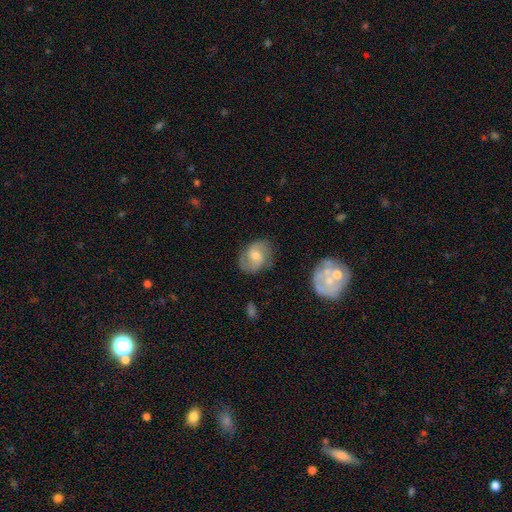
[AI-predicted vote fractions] smooth-or-featured: featured or disk: 68% | smooth: 25% | star or artifact: 7%
  disk-edge-on: no: 97% | yes: 3%
    bar: weak: 47% | no: 44% | strong: 9%
    has-spiral-arms: yes: 91% | no: 9%
      spiral-winding: medium: 52% | loose: 26% | tight: 22%
      spiral-arm-count: 2: 86% | can't tell: 7% | 1: 3% | 3: 2% | 4: 1% | more than 4: 1%
    bulge-size: moderate: 53% | small: 30% | large: 10% | none: 6% | dominant: 1%
  merging: none: 74% | minor disturbance: 18% | major disturbance: 6% | merger: 2%